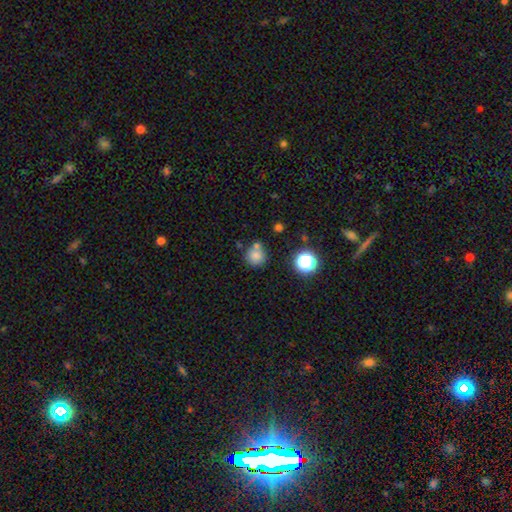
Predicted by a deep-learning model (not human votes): This is likely a smooth galaxy (78%). How rounded: clearly round (91%). Merging: likely none (63%).